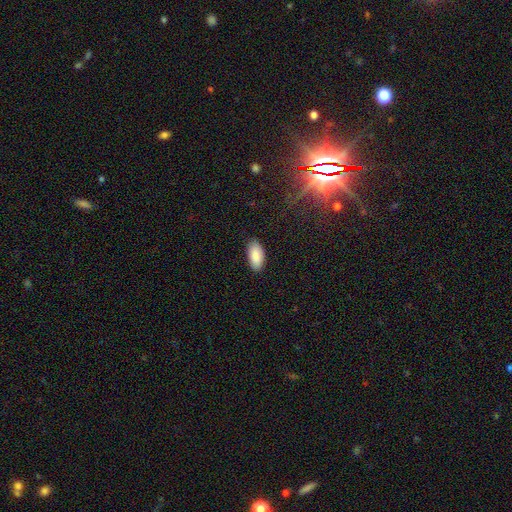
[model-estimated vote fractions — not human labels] Q: Smooth or featured?
A: smooth (89%); runner-up: star or artifact (6%)
Q: How rounded?
A: in between (93%); runner-up: cigar-shaped (5%)
Q: Merging?
A: none (87%); runner-up: minor disturbance (10%)